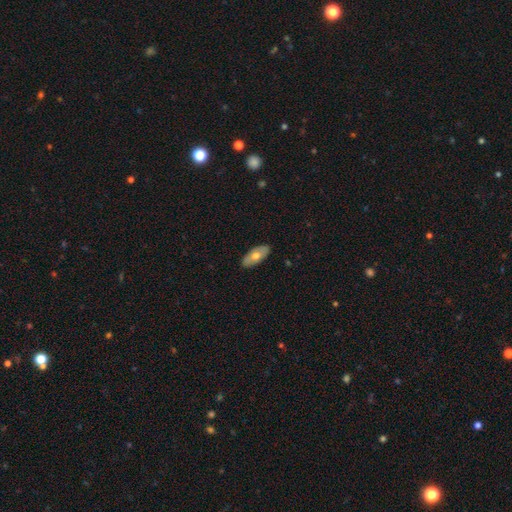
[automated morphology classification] Smooth or featured? smooth (60%)
How rounded? in between (91%)
Merging? none (88%)